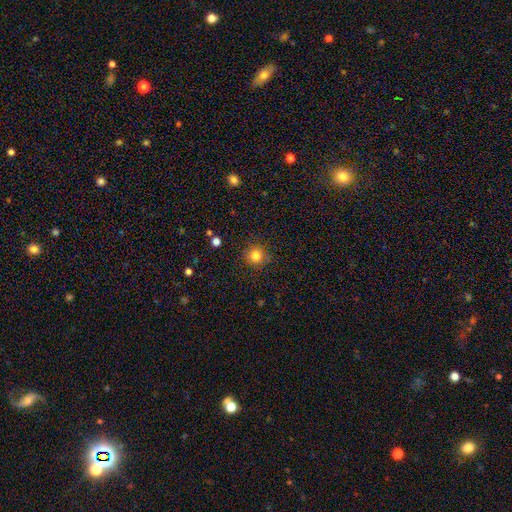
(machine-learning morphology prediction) This appears to be a smooth galaxy with no disk features (82%) that is round (92%). Merging: none (87%).